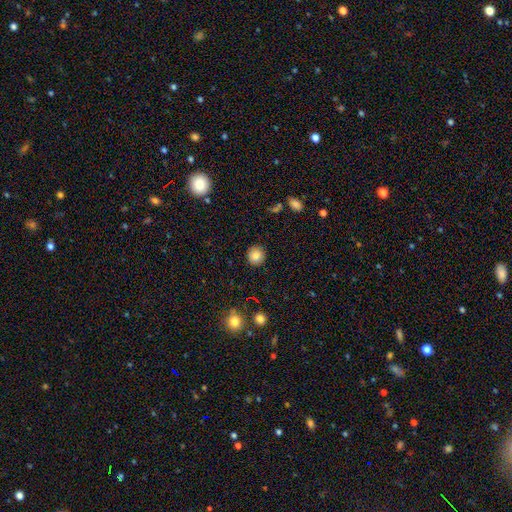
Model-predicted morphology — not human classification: smooth 84%, star or artifact 10%, featured or disk 6%. Down the decision tree: how rounded — round (91%); merging — none (91%).